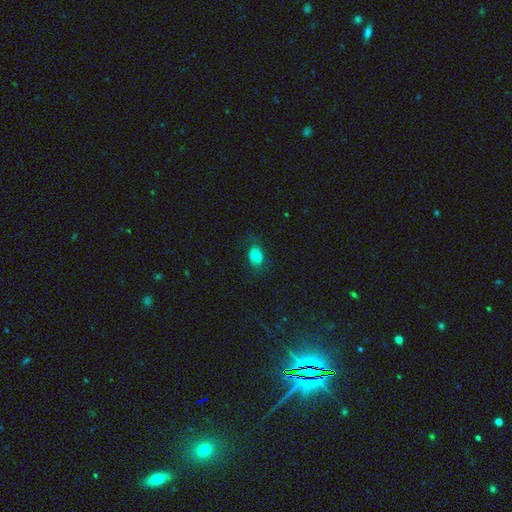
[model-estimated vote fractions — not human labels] Smooth or featured: smooth — 76% (featured or disk — 13%)
How rounded: in between — 75% (round — 24%)
Merging: none — 72% (minor disturbance — 19%)